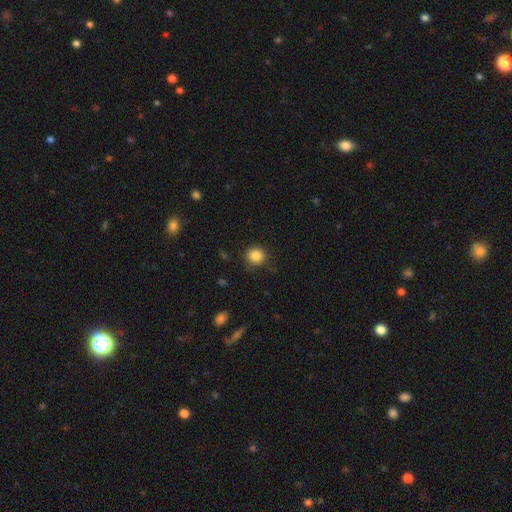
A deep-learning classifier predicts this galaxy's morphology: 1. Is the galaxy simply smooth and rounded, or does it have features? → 86% smooth, 10% star or artifact, 4% featured or disk.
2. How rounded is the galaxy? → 88% round, 12% in between, 1% cigar-shaped.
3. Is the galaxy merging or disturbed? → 85% none, 11% minor disturbance, 3% major disturbance, 1% merger.